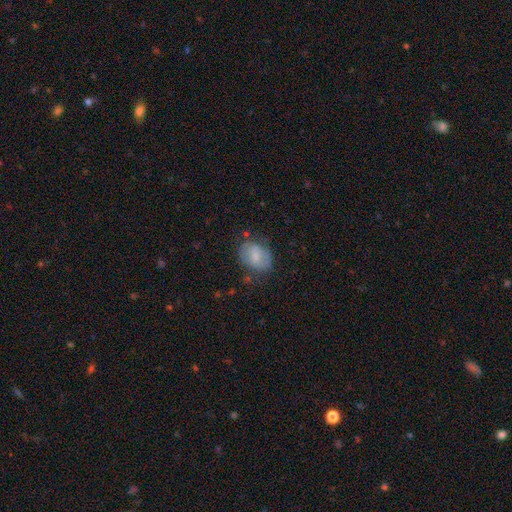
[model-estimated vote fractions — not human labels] This is likely a smooth galaxy (69%). How rounded: likely in between (68%). Merging: likely none (66%).